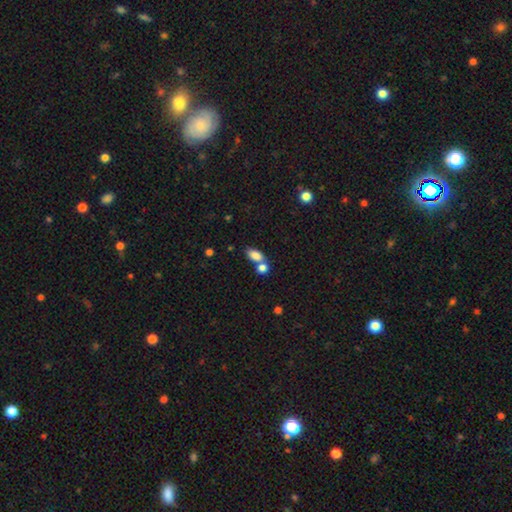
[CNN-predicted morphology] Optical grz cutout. It shows a smooth galaxy with no disk features (83%) that is in between round and cigar-shaped (87%). Merging: merger (46%).